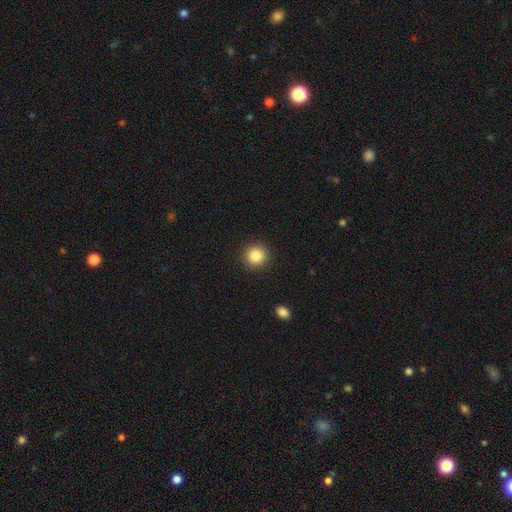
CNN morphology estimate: A smooth galaxy with no disk features (86%) that is round (94%).

Vote fractions:
- Smooth or featured? smooth: 86% / star or artifact: 10% / featured or disk: 4%
- How rounded? round: 94% / in between: 5% / cigar-shaped: 1%
- Merging? none: 92% / minor disturbance: 5% / major disturbance: 2% / merger: 1%